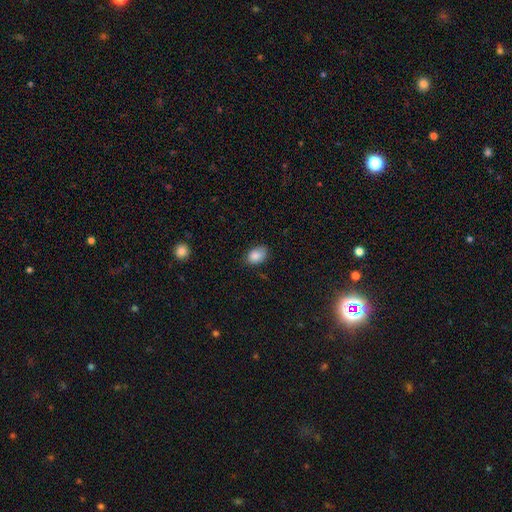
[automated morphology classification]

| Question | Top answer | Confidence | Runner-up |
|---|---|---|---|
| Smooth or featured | smooth | 87% | star or artifact (8%) |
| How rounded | in between | 81% | round (18%) |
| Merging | none | 73% | minor disturbance (22%) |